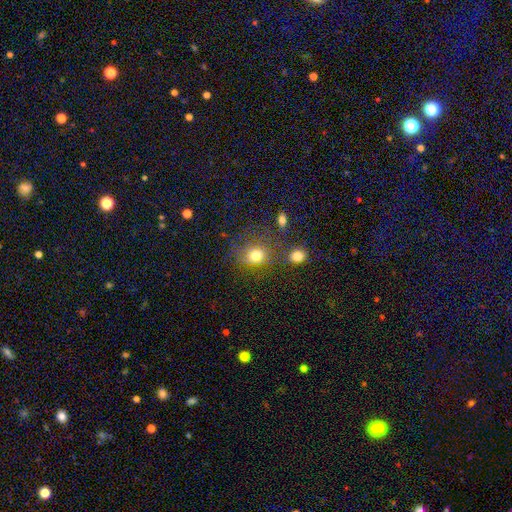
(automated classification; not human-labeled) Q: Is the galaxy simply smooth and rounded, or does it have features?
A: smooth — 78%.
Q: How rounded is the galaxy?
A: round — 71%.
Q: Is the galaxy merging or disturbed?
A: none — 67%.